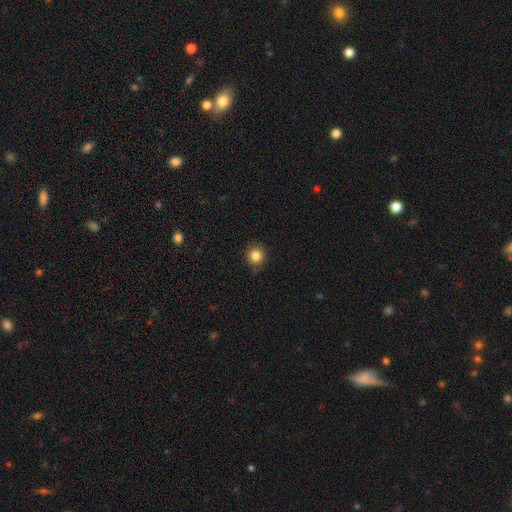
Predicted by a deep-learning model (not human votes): Q: Smooth or featured?
A: smooth (85%); runner-up: star or artifact (11%)
Q: How rounded?
A: round (88%); runner-up: in between (11%)
Q: Merging?
A: none (86%); runner-up: minor disturbance (11%)